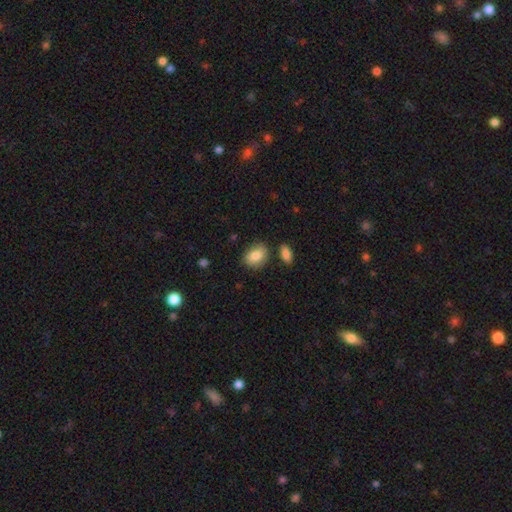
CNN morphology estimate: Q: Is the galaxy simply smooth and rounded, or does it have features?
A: smooth — 83%.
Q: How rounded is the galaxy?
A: in between — 67%.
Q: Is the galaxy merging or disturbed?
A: none — 78%.